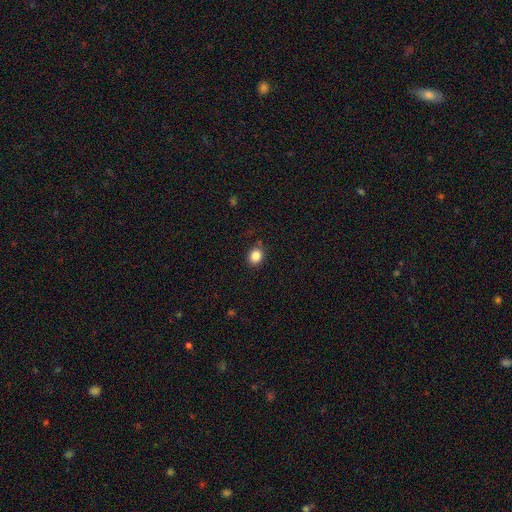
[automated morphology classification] A smooth galaxy with no disk features (85%) that is round (65%).

Vote fractions:
- Smooth or featured? smooth: 85% / star or artifact: 10% / featured or disk: 5%
- How rounded? round: 65% / in between: 34% / cigar-shaped: 1%
- Merging? none: 83% / minor disturbance: 12% / major disturbance: 3% / merger: 2%